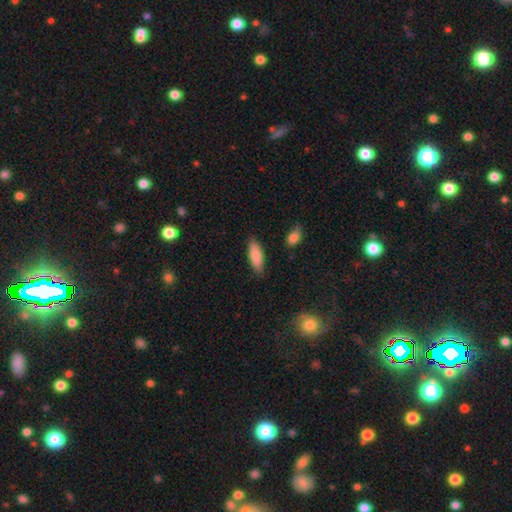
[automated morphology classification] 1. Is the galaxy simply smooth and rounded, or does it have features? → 85% smooth, 9% featured or disk, 6% star or artifact.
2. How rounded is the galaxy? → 64% in between, 34% cigar-shaped, 2% round.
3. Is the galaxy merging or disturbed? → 85% none, 11% minor disturbance, 2% major disturbance, 2% merger.